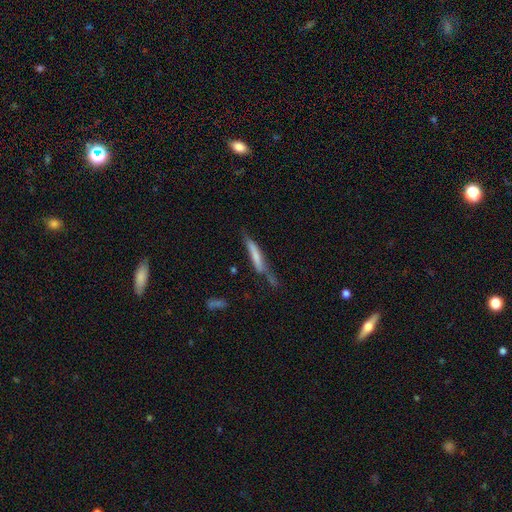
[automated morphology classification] This appears to be a smooth galaxy with no disk features (59%) that is cigar-shaped (91%). Merging: none (43%).